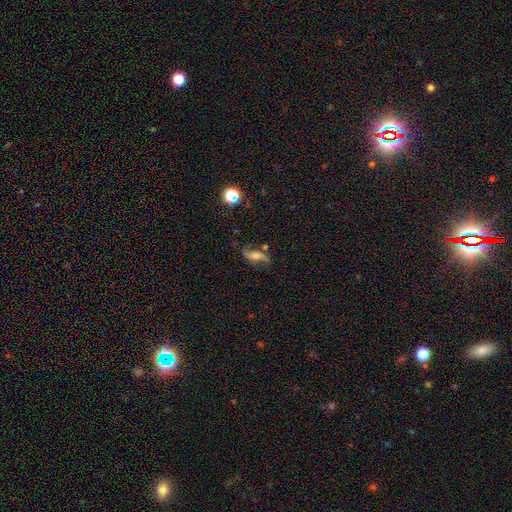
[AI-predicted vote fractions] Smooth or featured? featured or disk (75%)
Edge-on disk? no (90%)
Bar? no (47%)
Spiral arms? yes (93%)
Spiral winding? loose (79%)
Spiral arm count? 2 (91%)
Bulge size? moderate (47%)
Merging? none (66%)